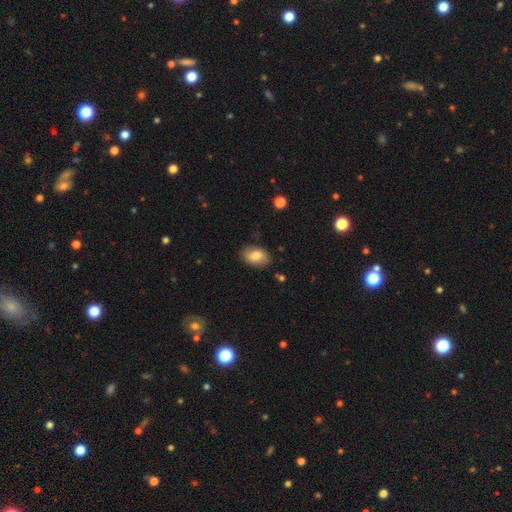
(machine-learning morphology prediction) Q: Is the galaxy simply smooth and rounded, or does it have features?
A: smooth — 76%.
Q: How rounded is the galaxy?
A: in between — 86%.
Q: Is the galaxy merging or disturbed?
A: none — 81%.